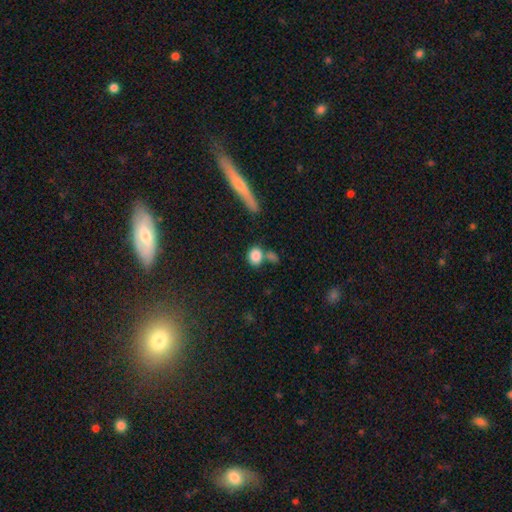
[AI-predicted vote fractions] Smooth or featured?
  - smooth: 84% *
  - star or artifact: 9%
  - featured or disk: 7%
How rounded?
  - round: 51% *
  - in between: 45%
  - cigar-shaped: 4%
Merging?
  - none: 57% *
  - merger: 24%
  - minor disturbance: 13%
  - major disturbance: 6%